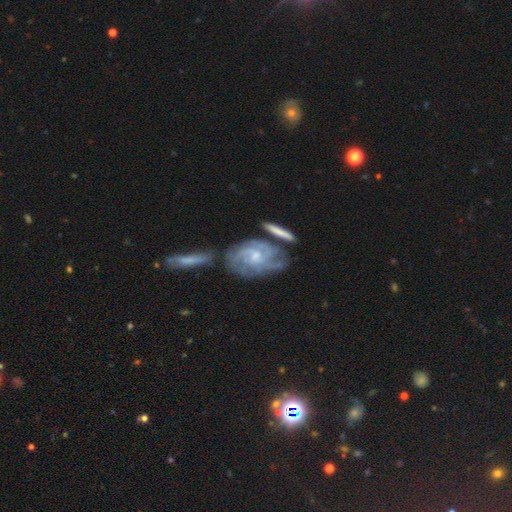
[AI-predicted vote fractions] The model was most divided on "spiral arm count": can't tell: 37%, 3: 23%, 2: 16%, 4: 14%, more than 4: 5%, 1: 5%. More confident: edge-on disk — no (93%); spiral arms — yes (93%); smooth or featured — featured or disk (80%); bar — no (68%); spiral winding — tight (61%); bulge size — small (59%); merging — none (54%).